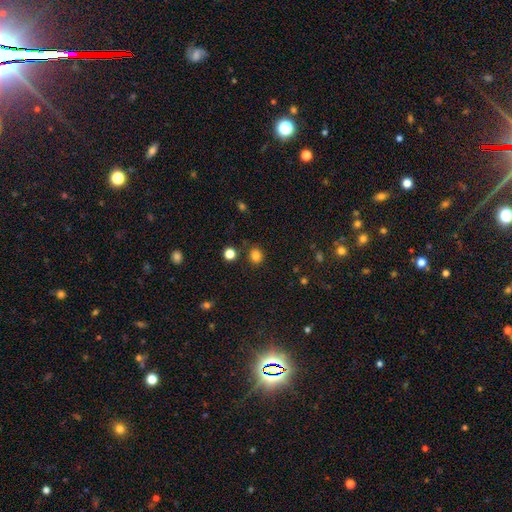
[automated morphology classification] A smooth galaxy with no disk features (82%) that is round (77%).

Vote fractions:
- Smooth or featured? smooth: 82% / star or artifact: 13% / featured or disk: 4%
- How rounded? round: 77% / in between: 22% / cigar-shaped: 1%
- Merging? none: 85% / minor disturbance: 9% / merger: 3% / major disturbance: 3%